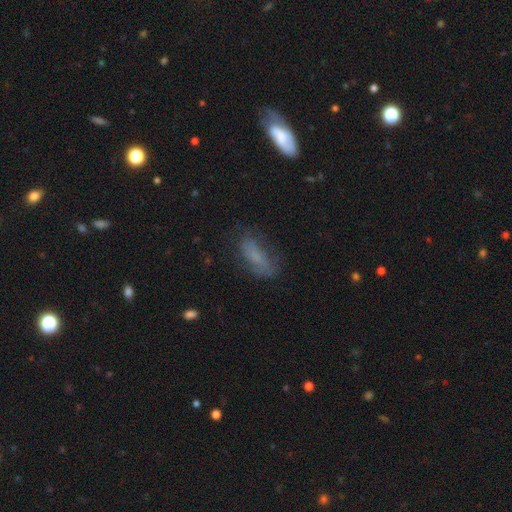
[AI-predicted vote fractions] Smooth or featured? smooth (60%)
How rounded? in between (76%)
Merging? none (57%)